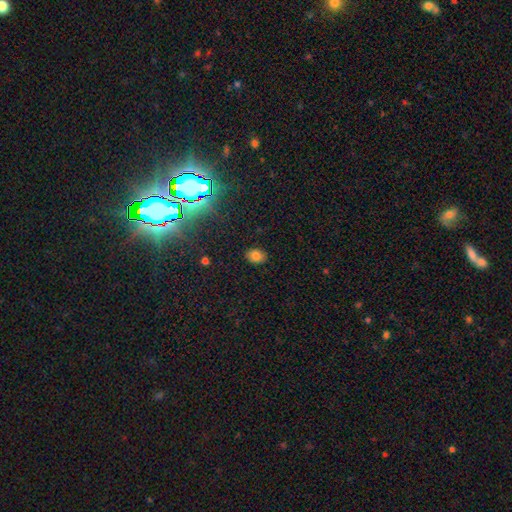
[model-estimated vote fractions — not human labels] smooth_or_featured: smooth (p=0.79) [alt: star or artifact p=0.15]
how_rounded: in between (p=0.68) [alt: round p=0.31]
merging: none (p=0.86) [alt: minor disturbance p=0.10]